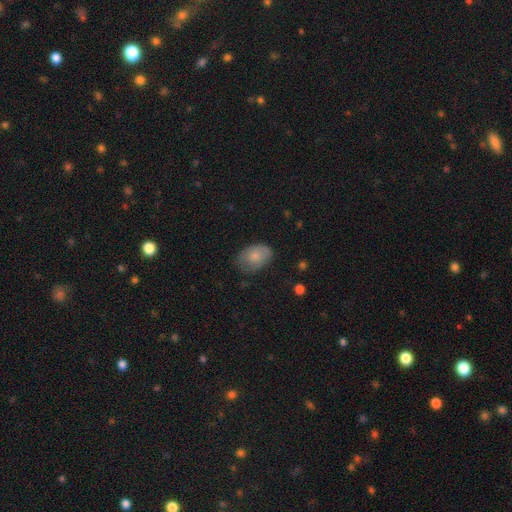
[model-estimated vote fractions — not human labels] smooth_or_featured: smooth (p=0.75) [alt: featured or disk p=0.18]
how_rounded: in between (p=0.84) [alt: round p=0.15]
merging: none (p=0.63) [alt: minor disturbance p=0.29]